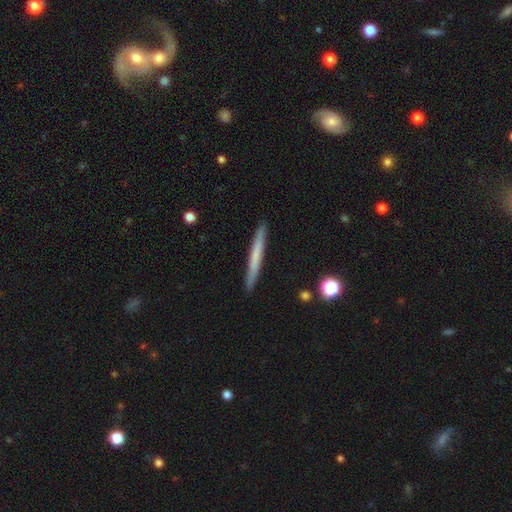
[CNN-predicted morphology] Q: Smooth or featured?
A: smooth (58%); runner-up: featured or disk (36%)
Q: How rounded?
A: cigar-shaped (97%); runner-up: in between (2%)
Q: Merging?
A: none (91%); runner-up: minor disturbance (6%)